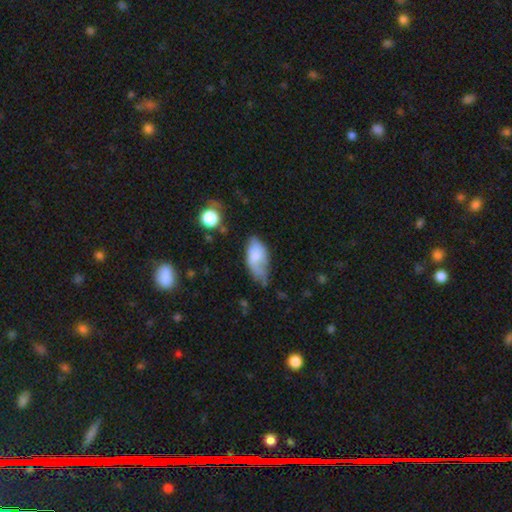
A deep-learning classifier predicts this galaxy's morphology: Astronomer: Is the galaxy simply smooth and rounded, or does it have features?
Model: smooth — 61%.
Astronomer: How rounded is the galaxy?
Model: in between — 91%.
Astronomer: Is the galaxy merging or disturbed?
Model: minor disturbance — 42% (runner-up: none, 31%).